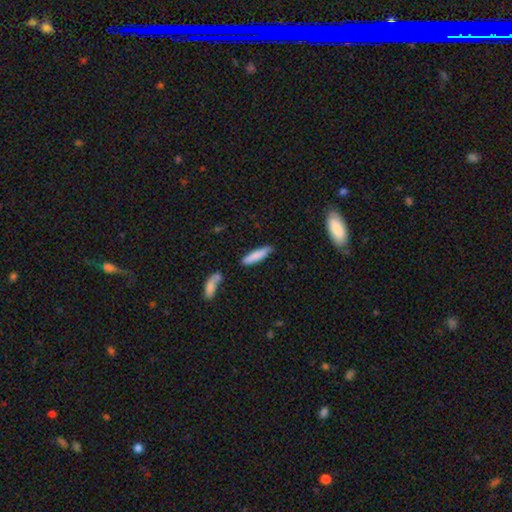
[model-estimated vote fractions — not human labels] A smooth galaxy with no disk features (83%) that is cigar-shaped (78%).

Vote fractions:
- Smooth or featured? smooth: 83% / featured or disk: 11% / star or artifact: 6%
- How rounded? cigar-shaped: 78% / in between: 21% / round: 1%
- Merging? none: 79% / minor disturbance: 12% / merger: 5% / major disturbance: 3%